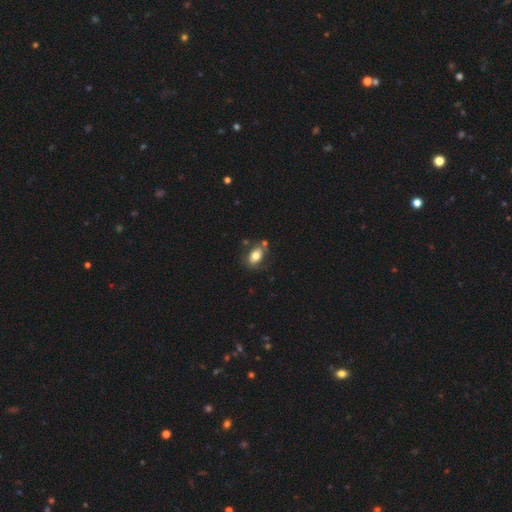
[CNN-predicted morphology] A smooth galaxy with no disk features (76%) that is in between round and cigar-shaped (84%).

Vote fractions:
- Smooth or featured? smooth: 76% / featured or disk: 16% / star or artifact: 8%
- How rounded? in between: 84% / round: 15% / cigar-shaped: 2%
- Merging? none: 62% / minor disturbance: 19% / merger: 12% / major disturbance: 6%